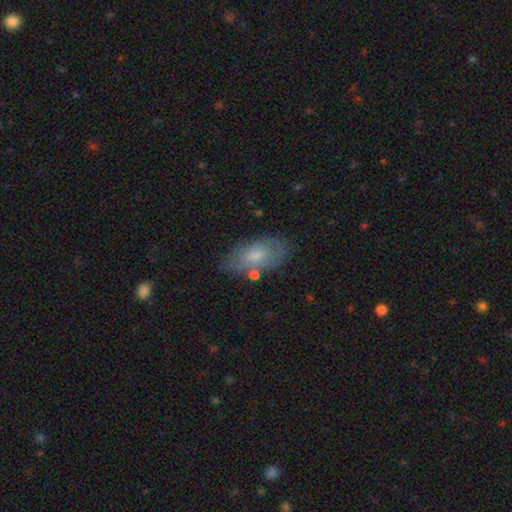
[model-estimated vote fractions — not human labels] smooth 66%, featured or disk 26%, star or artifact 7%. Down the decision tree: how rounded — in between (91%); merging — none (73%).